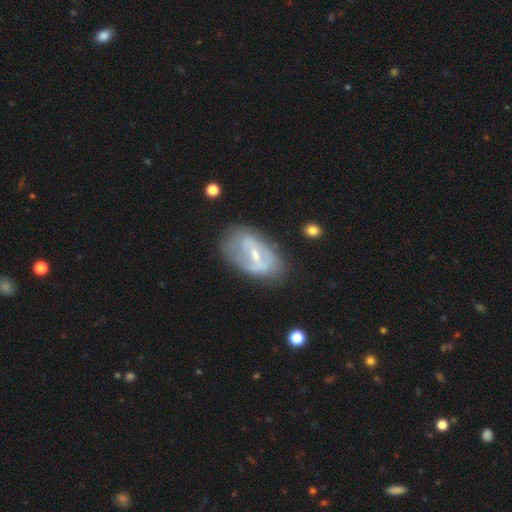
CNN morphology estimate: The model was most divided on "spiral arms": yes: 51%, no: 49%. Remaining: edge-on disk — no (93%); smooth or featured — featured or disk (67%); merging — none (62%); bulge size — small (52%); bar — weak (44%).